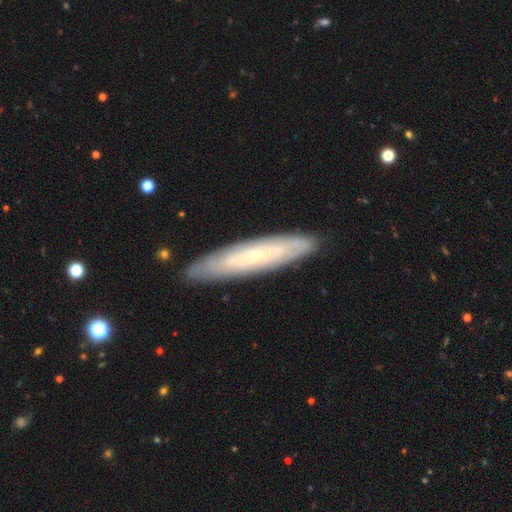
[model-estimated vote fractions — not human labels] Overall: featured or disk (59%; smooth 35%). Edge-on disk: yes (52%; no 48%). Merging: none (88%).